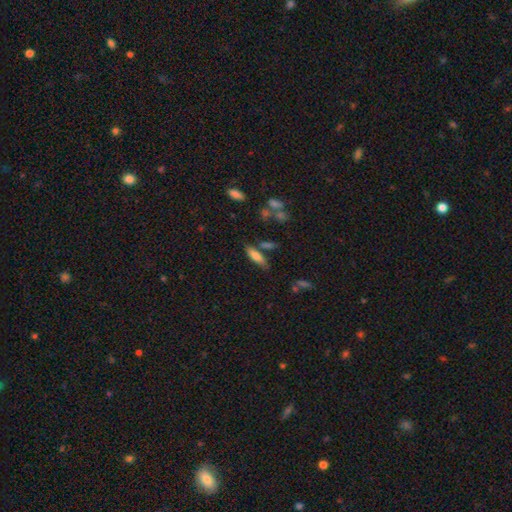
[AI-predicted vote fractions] Smooth or featured? smooth (75%)
How rounded? in between (49%, tied with cigar-shaped)
Merging? none (69%)